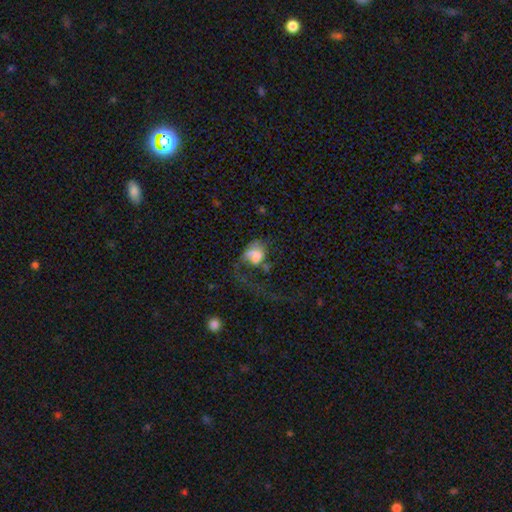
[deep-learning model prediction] Q: Smooth or featured?
A: smooth (47%); runner-up: featured or disk (43%)
Q: Merging?
A: major disturbance (62%); runner-up: none (17%)